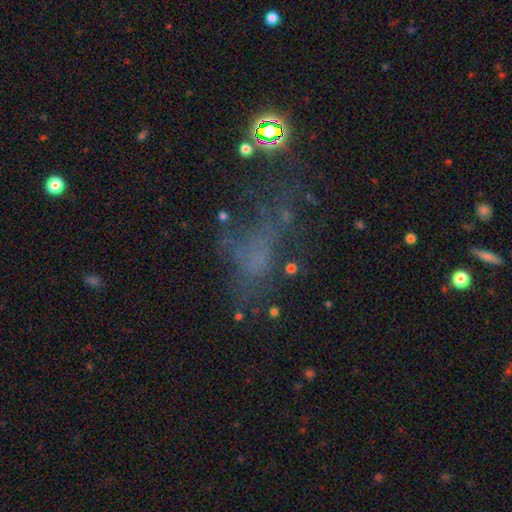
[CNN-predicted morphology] type=featured or disk (34%); merging=none (40%).